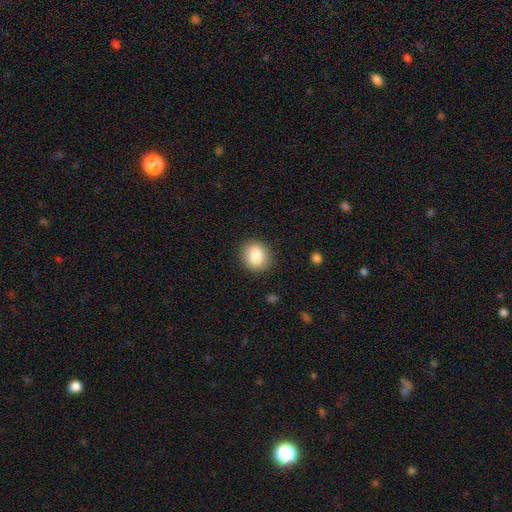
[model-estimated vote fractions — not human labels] Smooth or featured? smooth (85%)
How rounded? round (77%)
Merging? none (89%)